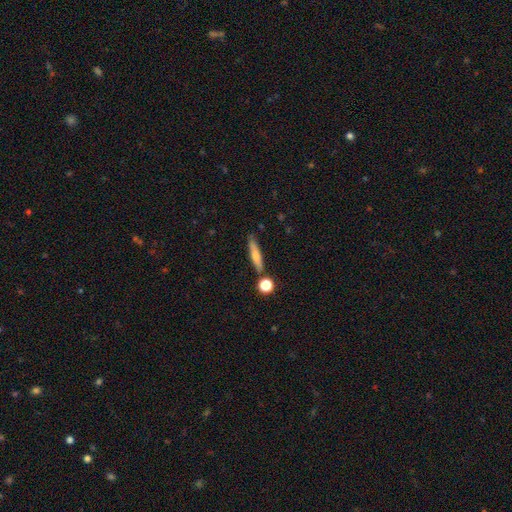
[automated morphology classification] Smooth or featured: smooth — 64% (featured or disk — 28%)
How rounded: cigar-shaped — 86% (in between — 11%)
Merging: none — 79% (minor disturbance — 12%)